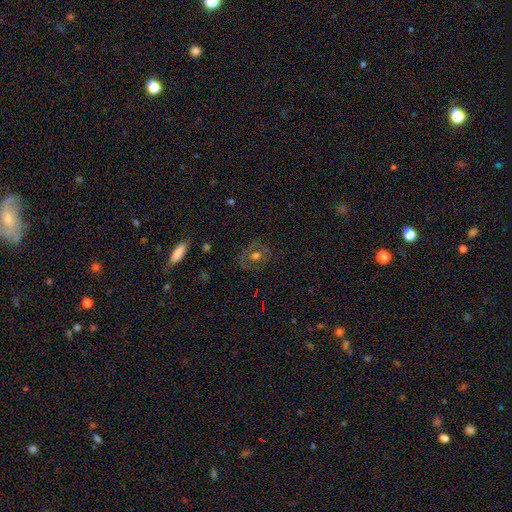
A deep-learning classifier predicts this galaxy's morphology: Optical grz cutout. It shows a featured or disk galaxy (47%). Merging: none (75%).